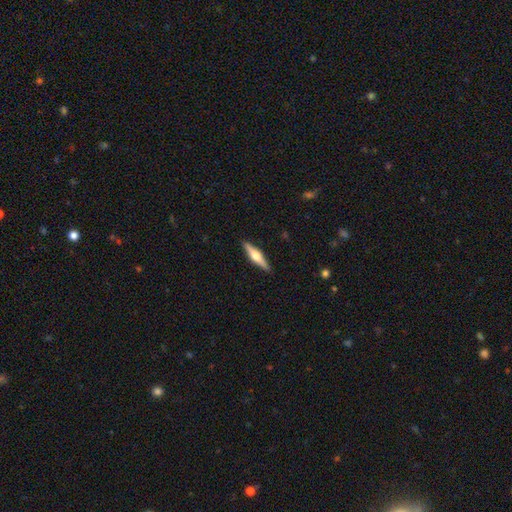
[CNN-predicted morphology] Smooth or featured? Predicted: featured or disk (p=0.63). Edge-on disk? Predicted: yes (p=0.97). Edge-on bulge? Predicted: rounded (p=0.93). Merging? Predicted: none (p=0.91).